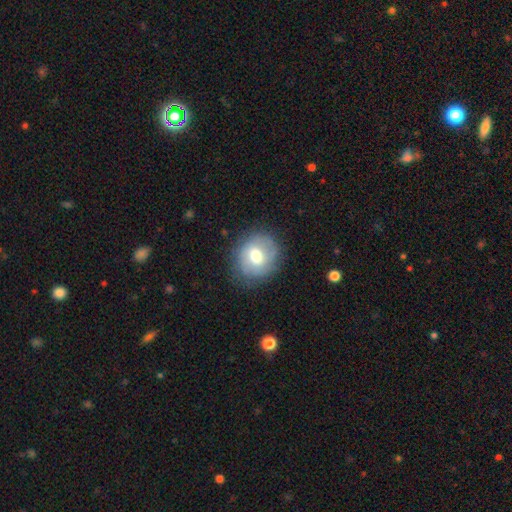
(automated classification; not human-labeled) This is possibly a smooth galaxy (58%). How rounded: clearly round (81%). Merging: likely none (78%).